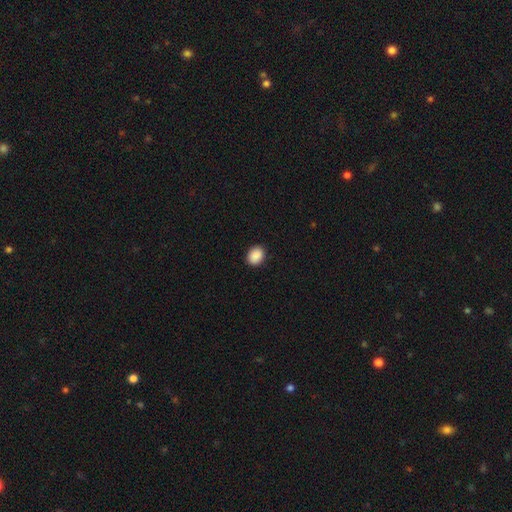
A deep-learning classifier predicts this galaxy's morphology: The model was most divided on "how rounded": round: 53%, in between: 47%, cigar-shaped: 1%. More confident: merging — none (91%); smooth or featured — smooth (89%).